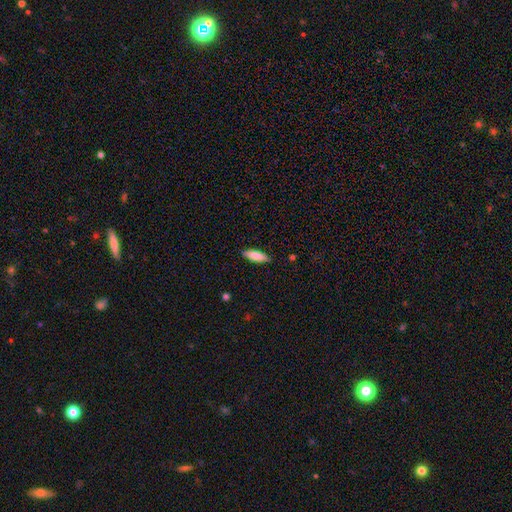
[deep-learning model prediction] Morphology: type=smooth (84%); roundness=in between (52%); merging=none (88%).